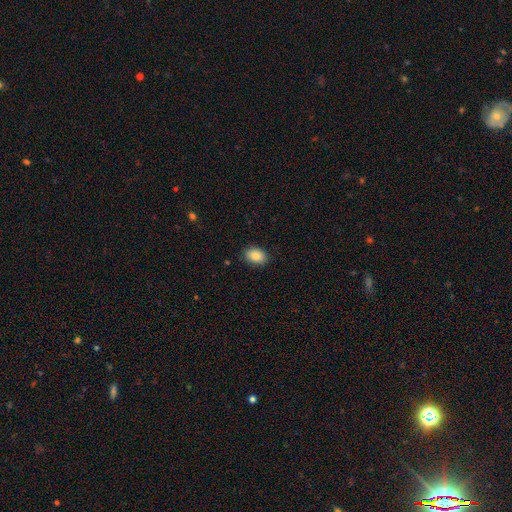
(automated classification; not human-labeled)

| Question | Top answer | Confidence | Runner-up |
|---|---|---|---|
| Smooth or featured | smooth | 88% | star or artifact (8%) |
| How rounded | in between | 82% | round (17%) |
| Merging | none | 87% | minor disturbance (10%) |